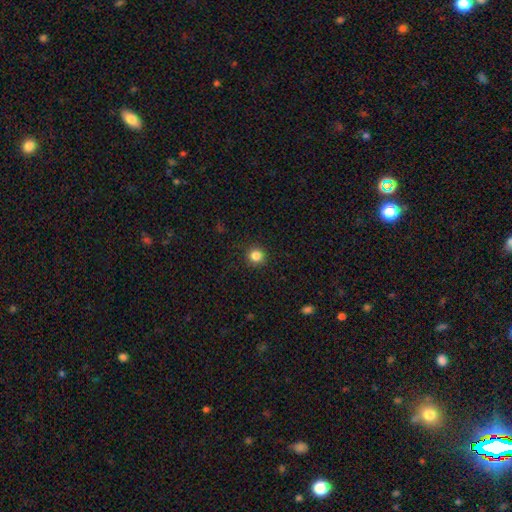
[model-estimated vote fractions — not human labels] Morphology: type=smooth (85%); roundness=round (93%); merging=none (92%).